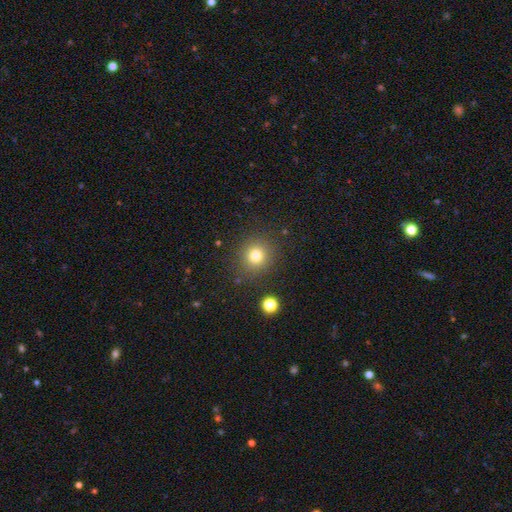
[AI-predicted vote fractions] The model was most divided on "smooth or featured": smooth: 77%, star or artifact: 15%, featured or disk: 8%. More confident: how rounded — round (90%); merging — none (87%).